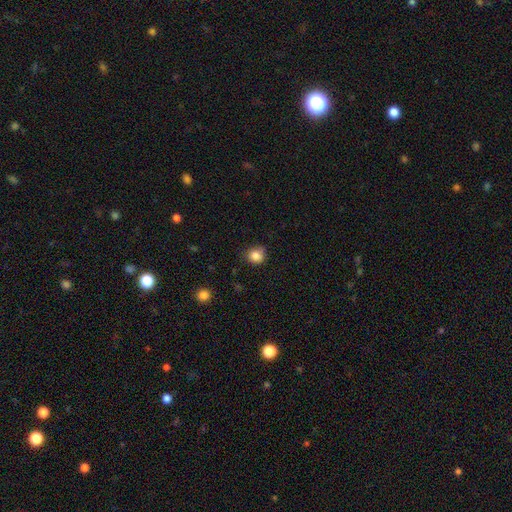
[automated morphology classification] A smooth galaxy with no disk features (84%) that is round (82%).

Vote fractions:
- Smooth or featured? smooth: 84% / star or artifact: 11% / featured or disk: 5%
- How rounded? round: 82% / in between: 17% / cigar-shaped: 1%
- Merging? none: 73% / minor disturbance: 21% / major disturbance: 4% / merger: 2%